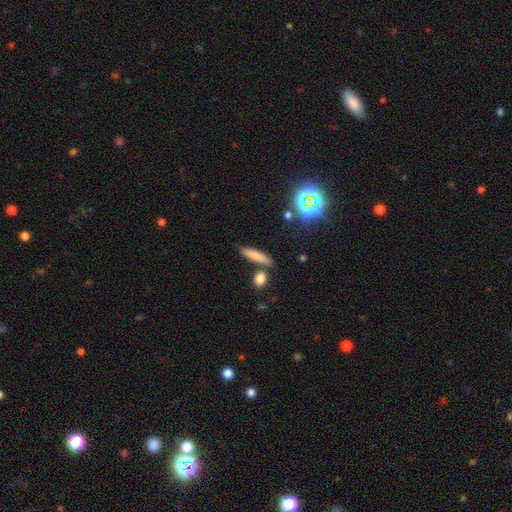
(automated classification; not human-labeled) Smooth or featured? smooth (75%)
How rounded? cigar-shaped (77%)
Merging? none (77%)